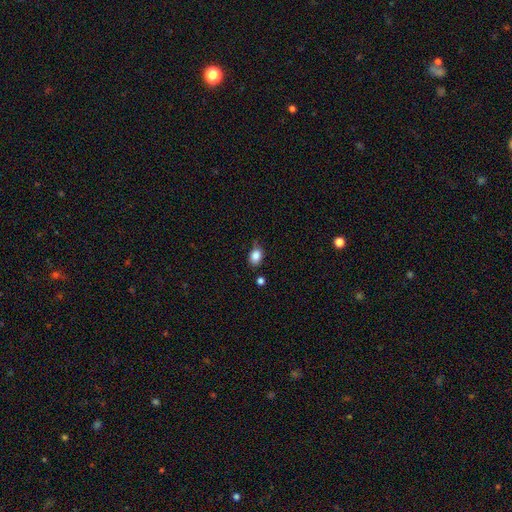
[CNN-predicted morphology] Overall: smooth (85%). How rounded: in between (72%). Merging: none (67%).